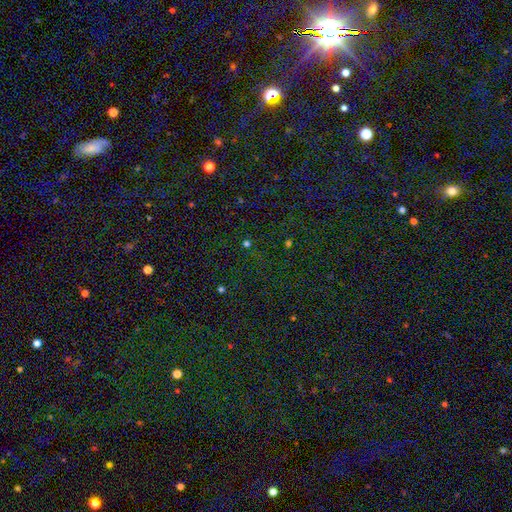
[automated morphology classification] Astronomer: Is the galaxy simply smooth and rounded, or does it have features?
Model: star or artifact — 79%.